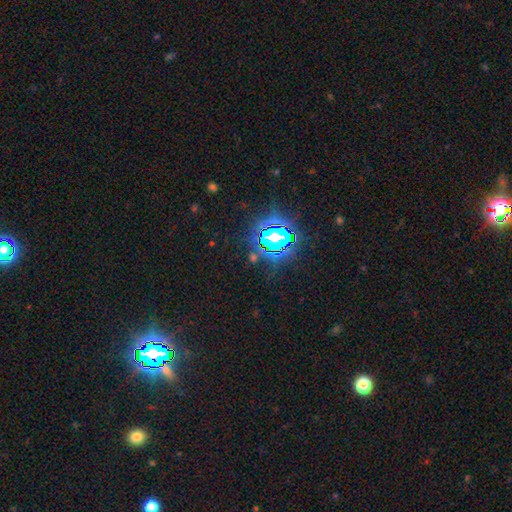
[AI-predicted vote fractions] Q: Smooth or featured?
A: star or artifact (77%); runner-up: smooth (14%)